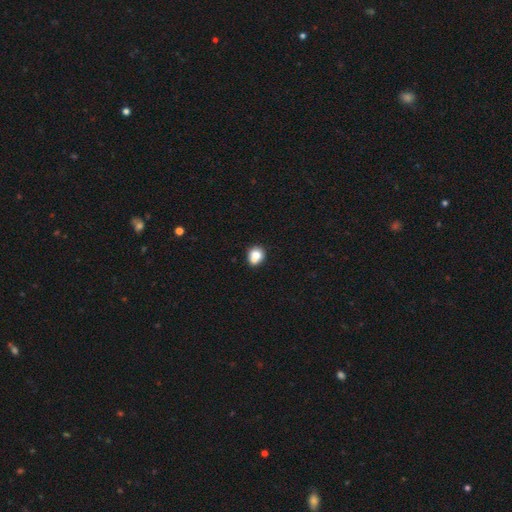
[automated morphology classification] Smooth or featured?
  - smooth: 78% *
  - featured or disk: 12%
  - star or artifact: 10%
How rounded?
  - round: 65% *
  - in between: 34%
  - cigar-shaped: 1%
Merging?
  - none: 51% *
  - merger: 25%
  - minor disturbance: 19%
  - major disturbance: 5%